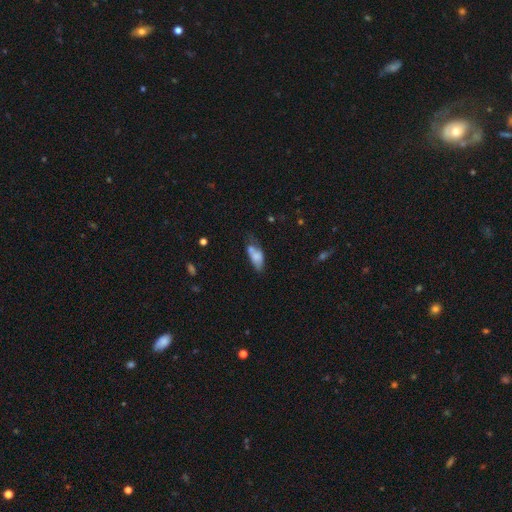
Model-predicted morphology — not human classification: A smooth galaxy with no disk features (70%) that is in between round and cigar-shaped (81%).

Vote fractions:
- Smooth or featured? smooth: 70% / featured or disk: 21% / star or artifact: 9%
- How rounded? in between: 81% / cigar-shaped: 15% / round: 4%
- Merging? none: 30% / merger: 27% / minor disturbance: 26% / major disturbance: 17%